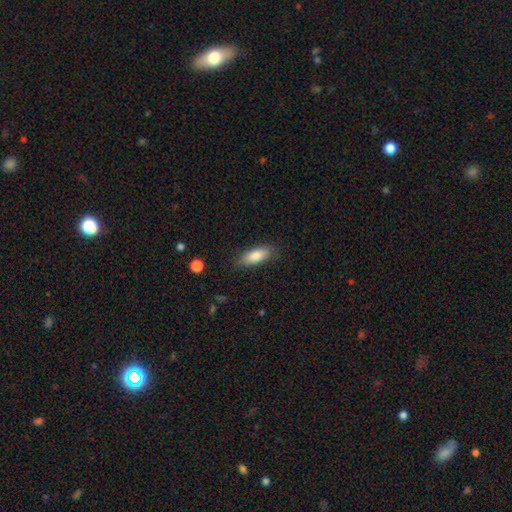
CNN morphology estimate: smooth-or-featured: smooth: 84% | featured or disk: 10% | star or artifact: 7%
  how-rounded: in between: 72% | cigar-shaped: 26% | round: 2%
  merging: none: 84% | minor disturbance: 12% | major disturbance: 3% | merger: 1%